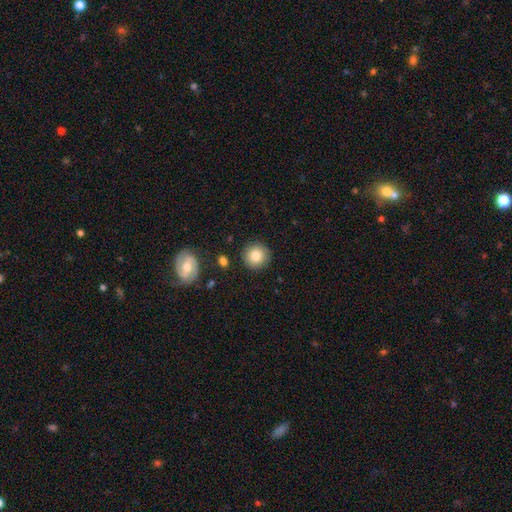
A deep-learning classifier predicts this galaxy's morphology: Smooth or featured? smooth (82%)
How rounded? round (93%)
Merging? none (88%)